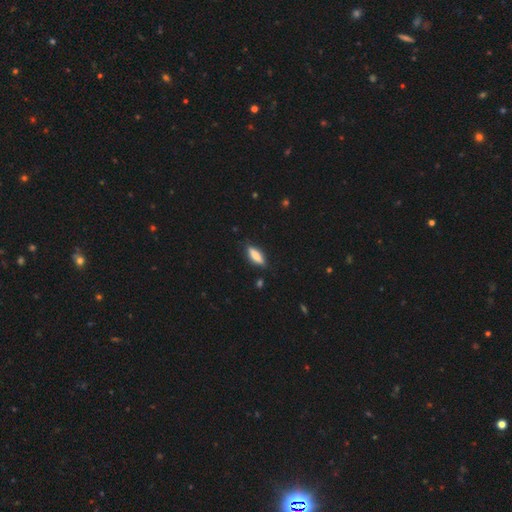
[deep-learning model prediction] The model was most divided on "how rounded": in between: 54%, cigar-shaped: 44%, round: 2%. More confident: merging — none (84%); smooth or featured — smooth (79%).